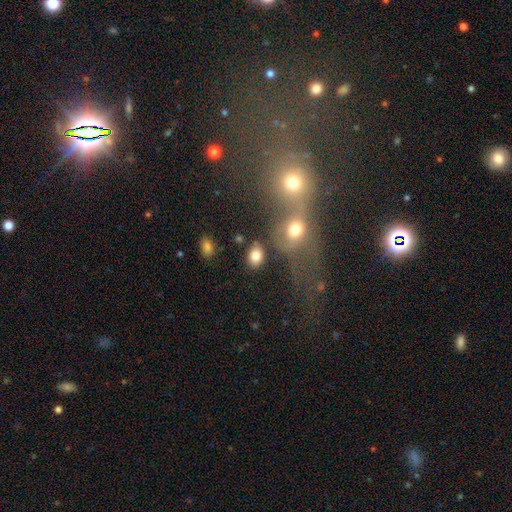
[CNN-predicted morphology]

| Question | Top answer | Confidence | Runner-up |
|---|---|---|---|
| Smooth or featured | smooth | 82% | star or artifact (10%) |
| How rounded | in between | 65% | round (33%) |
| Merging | none | 75% | minor disturbance (11%) |